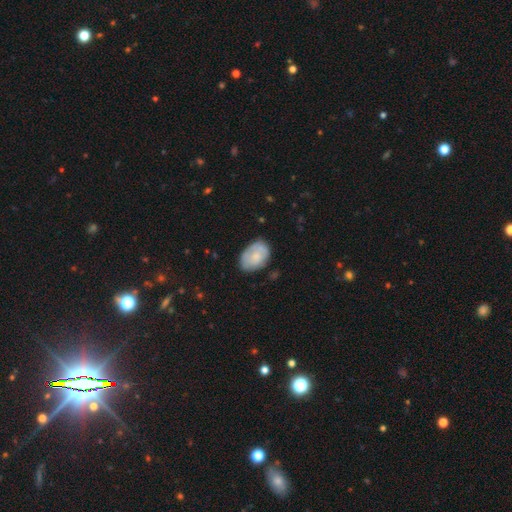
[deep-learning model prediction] The model was most divided on "smooth or featured": smooth: 65%, featured or disk: 28%, star or artifact: 6%. More confident: how rounded — in between (86%); merging — none (69%).